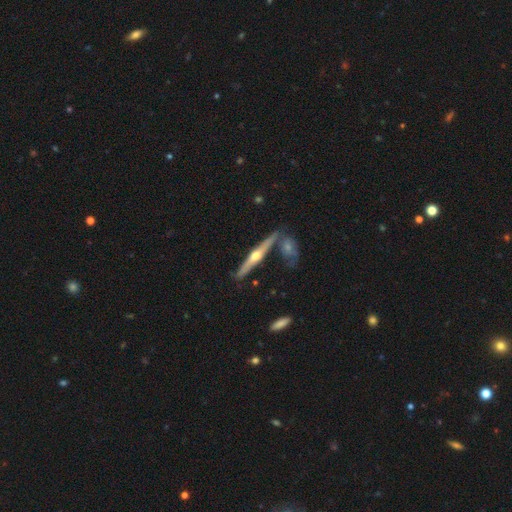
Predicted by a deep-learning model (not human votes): Q: Smooth or featured?
A: featured or disk (72%); runner-up: smooth (23%)
Q: Edge-on disk?
A: yes (96%); runner-up: no (4%)
Q: Edge-on bulge?
A: rounded (92%); runner-up: none (5%)
Q: Merging?
A: none (76%); runner-up: merger (11%)